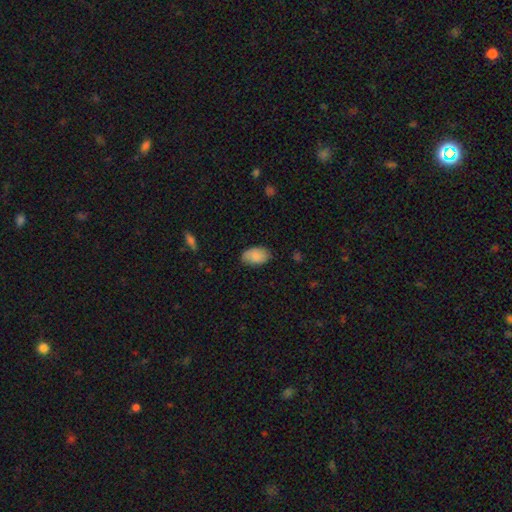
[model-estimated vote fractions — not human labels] The model was most divided on "merging": none: 80%, minor disturbance: 16%, major disturbance: 3%, merger: 1%. More confident: how rounded — in between (92%); smooth or featured — smooth (86%).